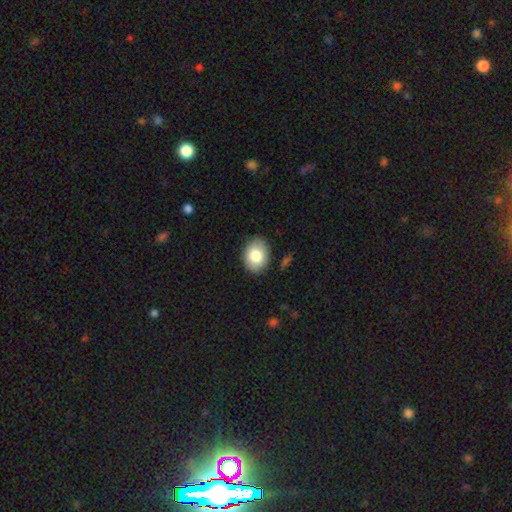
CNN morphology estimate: The model was most divided on "how rounded": in between: 68%, round: 31%, cigar-shaped: 1%. More confident: merging — none (86%); smooth or featured — smooth (82%).